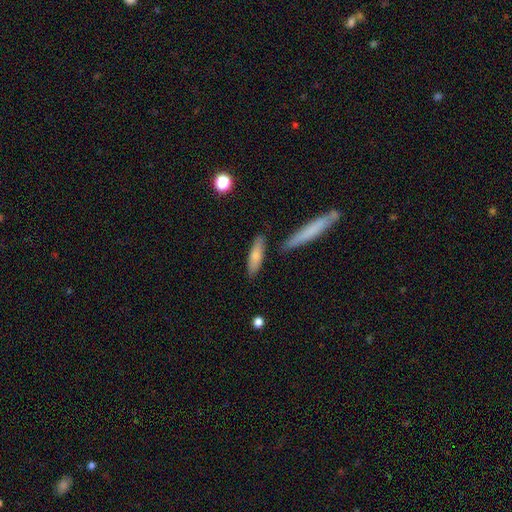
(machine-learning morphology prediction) Q: Smooth or featured?
A: smooth (76%); runner-up: featured or disk (18%)
Q: How rounded?
A: cigar-shaped (56%); runner-up: in between (42%)
Q: Merging?
A: none (78%); runner-up: minor disturbance (13%)